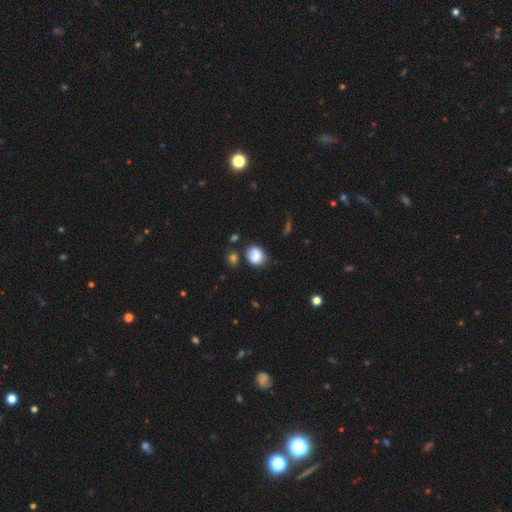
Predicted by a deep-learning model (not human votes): Overall: smooth (78%). How rounded: round (60%; in between 39%). Merging: none (60%; minor disturbance 23%).